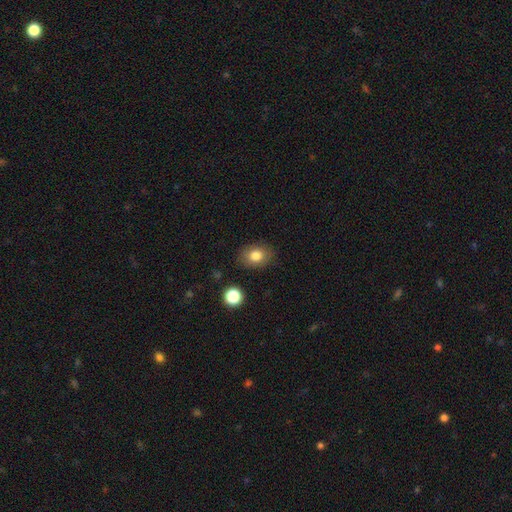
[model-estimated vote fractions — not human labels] Smooth or featured? Predicted: smooth (p=0.81). How rounded? Predicted: in between (p=0.62). Merging? Predicted: none (p=0.85).